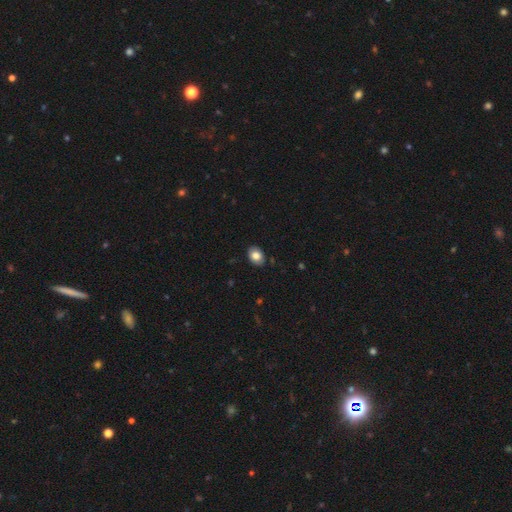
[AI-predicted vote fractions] smooth-or-featured: smooth: 80% | featured or disk: 12% | star or artifact: 8%
  how-rounded: in between: 73% | round: 26% | cigar-shaped: 1%
  merging: none: 88% | minor disturbance: 9% | major disturbance: 2% | merger: 1%